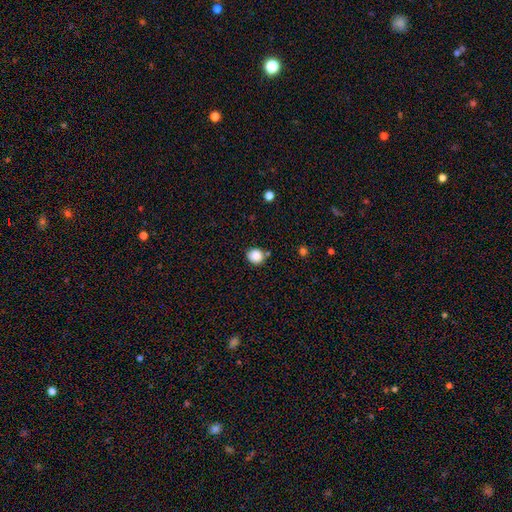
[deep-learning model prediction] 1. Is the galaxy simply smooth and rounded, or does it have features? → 86% smooth, 10% star or artifact, 3% featured or disk.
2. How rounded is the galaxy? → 83% round, 16% in between, 1% cigar-shaped.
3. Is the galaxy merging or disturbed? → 80% none, 11% minor disturbance, 6% merger, 3% major disturbance.